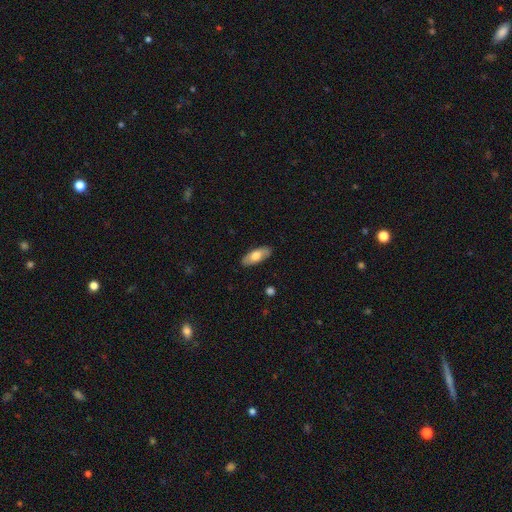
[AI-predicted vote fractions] Smooth or featured: smooth — 66% (featured or disk — 29%)
How rounded: in between — 82% (cigar-shaped — 16%)
Merging: none — 87% (minor disturbance — 10%)